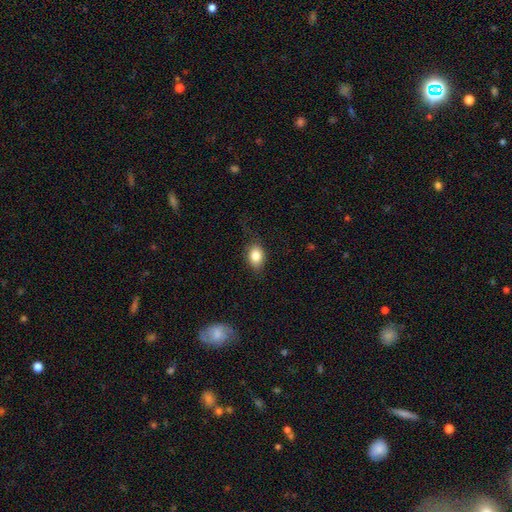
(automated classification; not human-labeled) Q: Smooth or featured?
A: smooth (83%); runner-up: star or artifact (9%)
Q: How rounded?
A: in between (70%); runner-up: round (29%)
Q: Merging?
A: none (75%); runner-up: minor disturbance (18%)